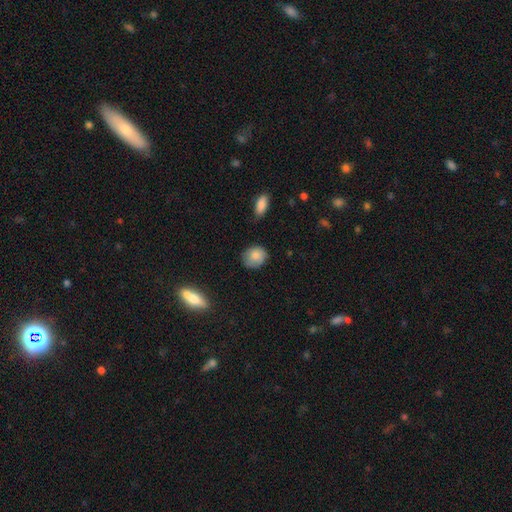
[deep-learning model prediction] Smooth or featured?
  - smooth: 83% *
  - featured or disk: 9%
  - star or artifact: 8%
How rounded?
  - round: 65% *
  - in between: 34%
  - cigar-shaped: 1%
Merging?
  - none: 71% *
  - minor disturbance: 23%
  - major disturbance: 4%
  - merger: 2%